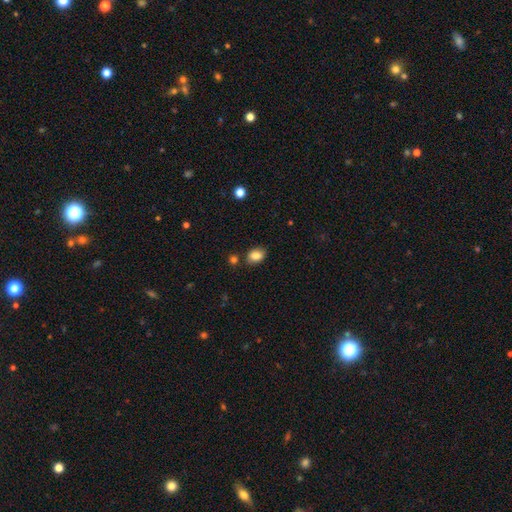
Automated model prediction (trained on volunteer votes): smooth 85%, star or artifact 9%, featured or disk 6%. Down the decision tree: how rounded — in between (71%); merging — none (79%).